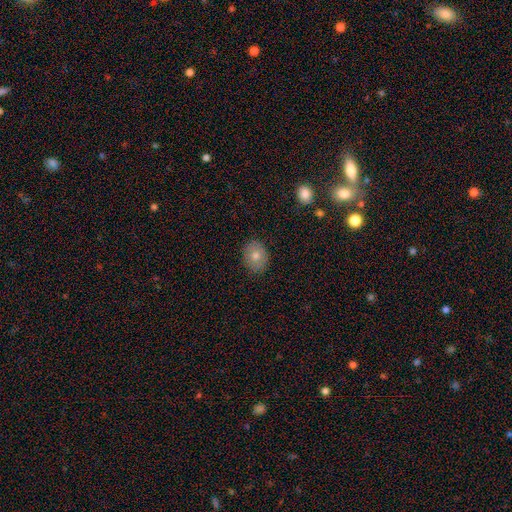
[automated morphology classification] Smooth or featured? Predicted: smooth (p=0.74). How rounded? Predicted: in between (p=0.53). Merging? Predicted: none (p=0.87).